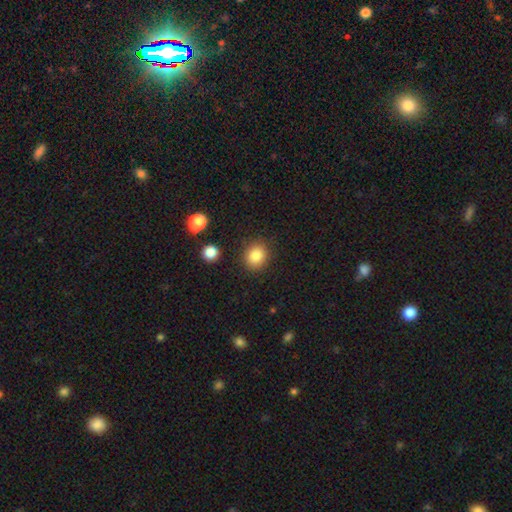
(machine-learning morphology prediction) Smooth or featured: smooth — 84% (star or artifact — 10%)
How rounded: round — 74% (in between — 25%)
Merging: none — 87% (minor disturbance — 8%)